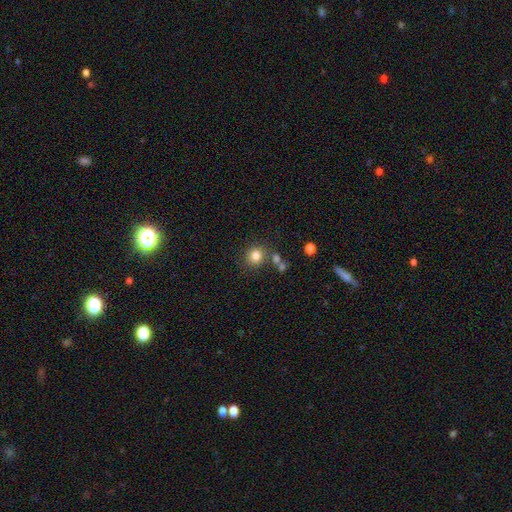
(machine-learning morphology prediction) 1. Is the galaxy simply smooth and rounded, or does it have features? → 82% smooth, 12% star or artifact, 7% featured or disk.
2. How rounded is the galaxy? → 81% round, 18% in between, 1% cigar-shaped.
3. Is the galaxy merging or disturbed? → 74% none, 11% merger, 11% minor disturbance, 4% major disturbance.